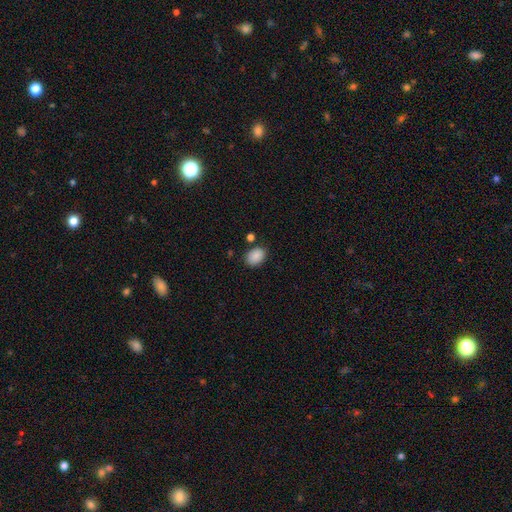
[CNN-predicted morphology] Overall: smooth (88%). How rounded: in between (75%). Merging: none (79%).